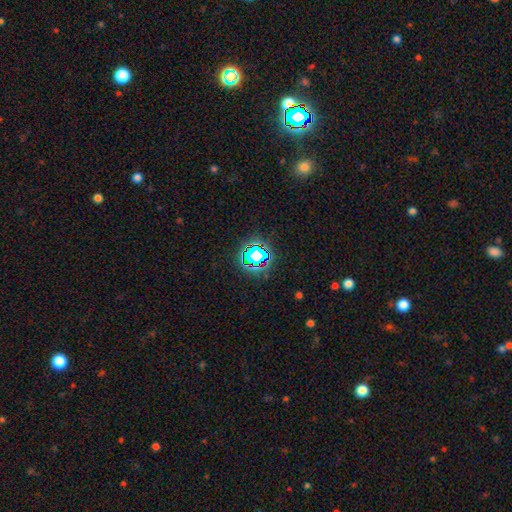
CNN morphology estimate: type=star or artifact (65%).